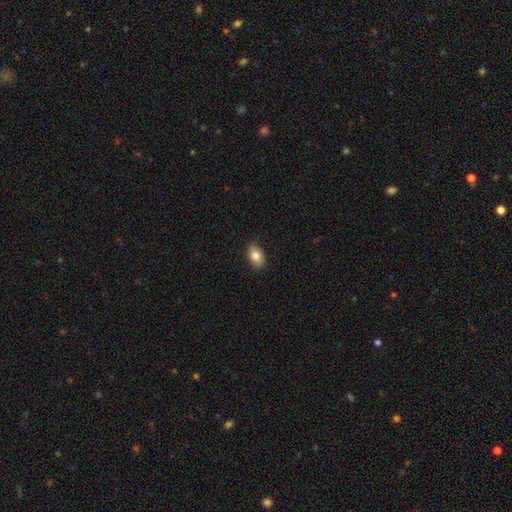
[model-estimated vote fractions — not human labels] This appears to be a smooth galaxy with no disk features (82%) that is in between round and cigar-shaped (89%). Merging: none (88%).